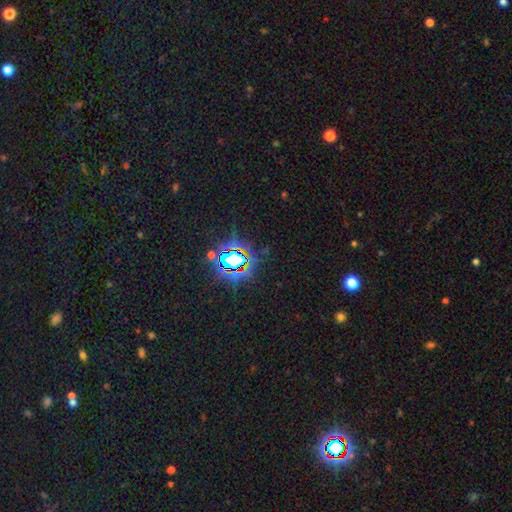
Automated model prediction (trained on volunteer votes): Smooth or featured: star or artifact — 81% (smooth — 12%)